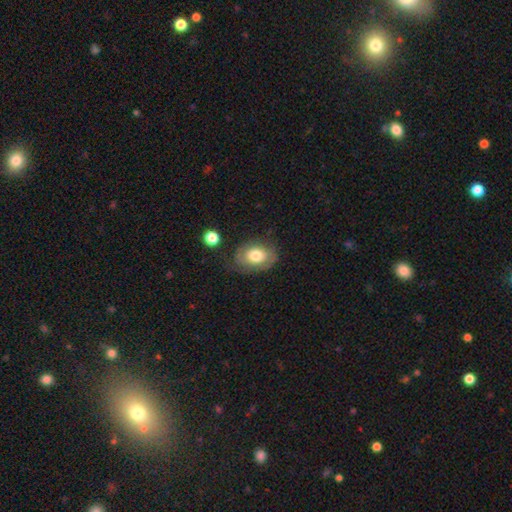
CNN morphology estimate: type=featured or disk (49%); merging=none (63%).